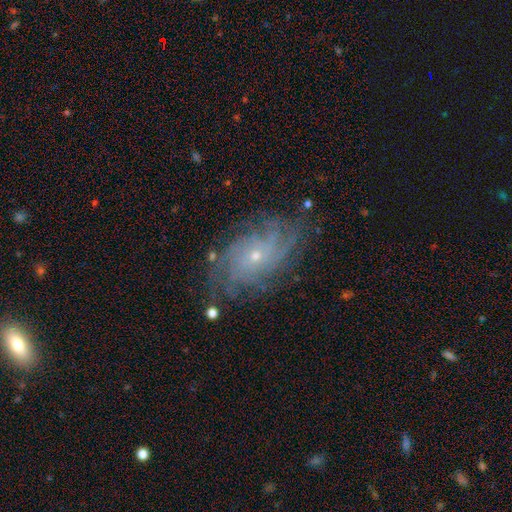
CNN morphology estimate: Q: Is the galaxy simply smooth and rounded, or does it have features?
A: featured or disk — 80%.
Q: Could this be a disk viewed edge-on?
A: no — 95%.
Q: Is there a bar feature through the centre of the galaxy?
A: no — 82%.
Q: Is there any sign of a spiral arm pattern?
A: yes — 94%.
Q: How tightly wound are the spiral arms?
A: tight — 63%.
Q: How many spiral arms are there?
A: can't tell — 32%.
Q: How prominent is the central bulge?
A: small — 79%.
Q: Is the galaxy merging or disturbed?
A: none — 75%.